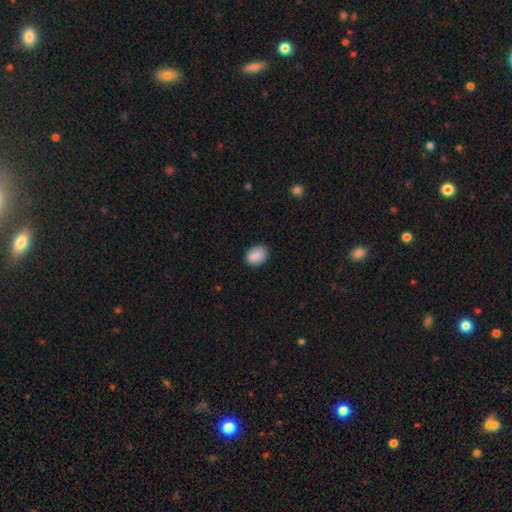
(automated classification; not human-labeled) This is clearly a smooth galaxy (87%). How rounded: likely in between (73%). Merging: likely none (80%).